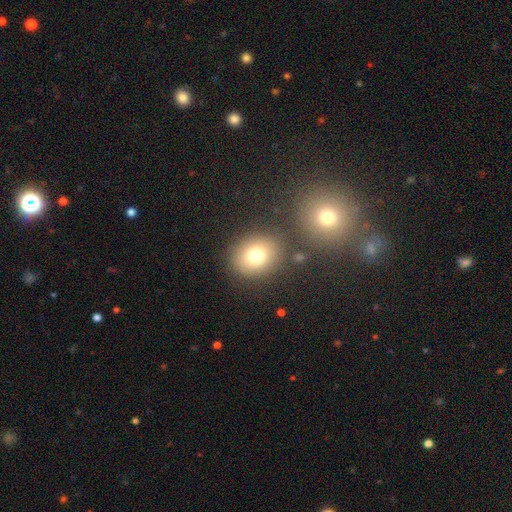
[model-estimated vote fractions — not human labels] Q: Smooth or featured?
A: smooth (76%); runner-up: star or artifact (13%)
Q: How rounded?
A: round (68%); runner-up: in between (31%)
Q: Merging?
A: none (80%); runner-up: minor disturbance (9%)